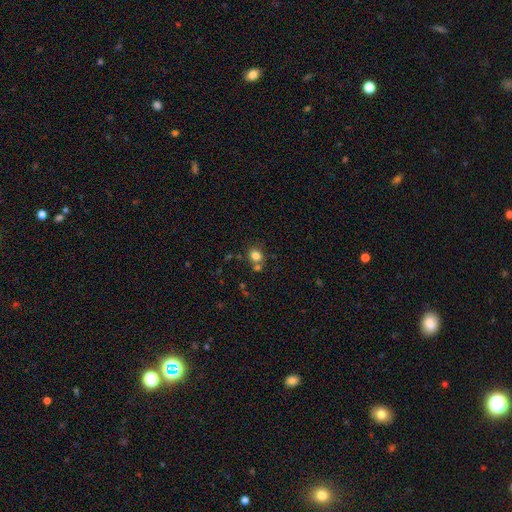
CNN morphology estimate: type=smooth (81%); roundness=round (64%); merging=none (63%).